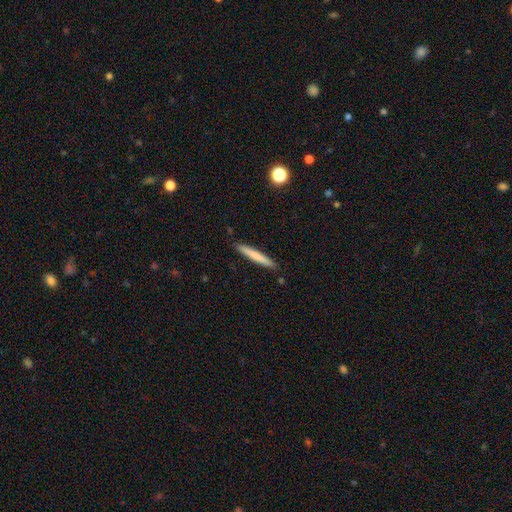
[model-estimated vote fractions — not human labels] smooth-or-featured: smooth: 70% | featured or disk: 24% | star or artifact: 6%
  how-rounded: cigar-shaped: 95% | in between: 4% | round: 1%
  merging: none: 90% | minor disturbance: 7% | major disturbance: 1% | merger: 1%